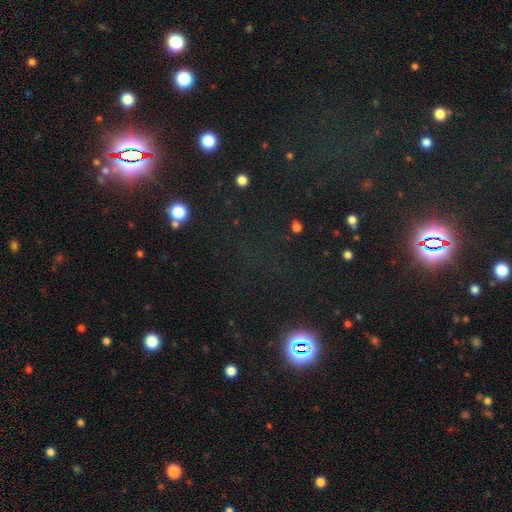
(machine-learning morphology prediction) Smooth or featured?
  - star or artifact: 70% *
  - smooth: 20%
  - featured or disk: 9%